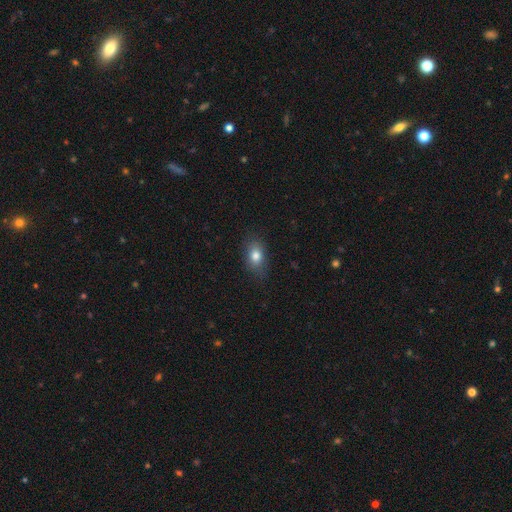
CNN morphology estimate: Smooth or featured?
  - smooth: 80% *
  - featured or disk: 11%
  - star or artifact: 9%
How rounded?
  - in between: 81% *
  - round: 16%
  - cigar-shaped: 3%
Merging?
  - none: 79% *
  - minor disturbance: 16%
  - major disturbance: 4%
  - merger: 1%